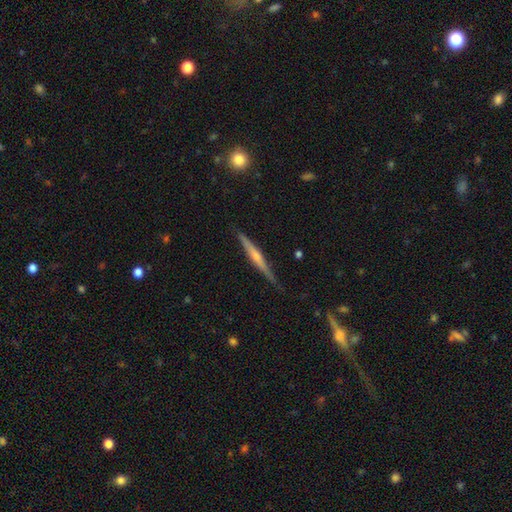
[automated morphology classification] This is likely a featured or disk galaxy (70%). It is clearly viewed edge-on (97%). Edge-on bulge: likely rounded (71%). Merging: clearly none (84%).